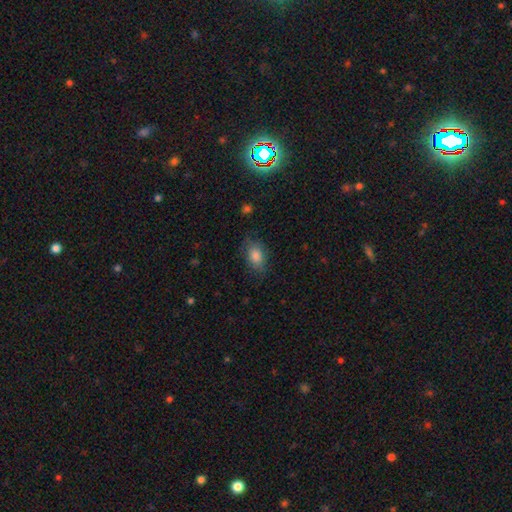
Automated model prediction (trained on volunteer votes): A smooth galaxy with no disk features (83%) that is in between round and cigar-shaped (83%).

Vote fractions:
- Smooth or featured? smooth: 83% / star or artifact: 9% / featured or disk: 8%
- How rounded? in between: 83% / round: 15% / cigar-shaped: 2%
- Merging? none: 76% / minor disturbance: 17% / major disturbance: 5% / merger: 1%